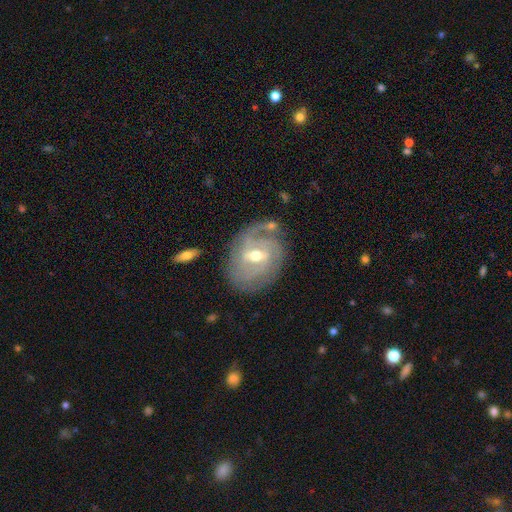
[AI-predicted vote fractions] Smooth or featured?
  - featured or disk: 83% *
  - smooth: 11%
  - star or artifact: 6%
Edge-on disk?
  - no: 96% *
  - yes: 4%
Bar?
  - weak: 54% *
  - strong: 29%
  - no: 17%
Spiral arms?
  - yes: 91% *
  - no: 9%
Spiral winding?
  - tight: 53% *
  - medium: 34%
  - loose: 13%
Spiral arm count?
  - 2: 32% *
  - can't tell: 29%
  - 3: 21%
  - 4: 7%
  - 1: 7%
  - more than 4: 4%
Bulge size?
  - moderate: 65% *
  - small: 30%
  - large: 3%
  - none: 1%
  - dominant: 1%
Merging?
  - none: 67% *
  - minor disturbance: 19%
  - major disturbance: 9%
  - merger: 5%